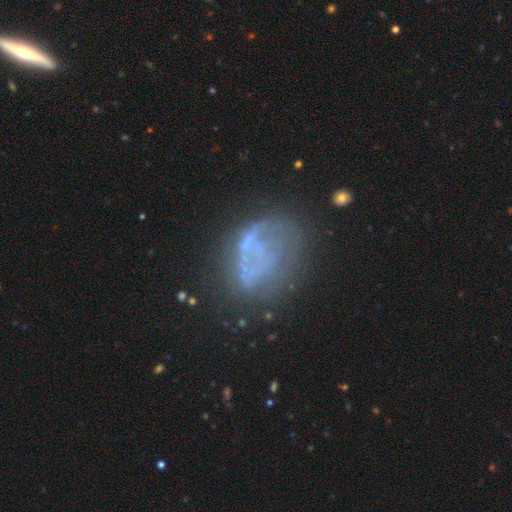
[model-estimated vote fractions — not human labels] Overall: featured or disk (52%; smooth 29%). Edge-on disk: no (96%). Bar: no (83%). Spiral arms: no (84%). Bulge size: none (78%). Merging: none (46%; major disturbance 27%).